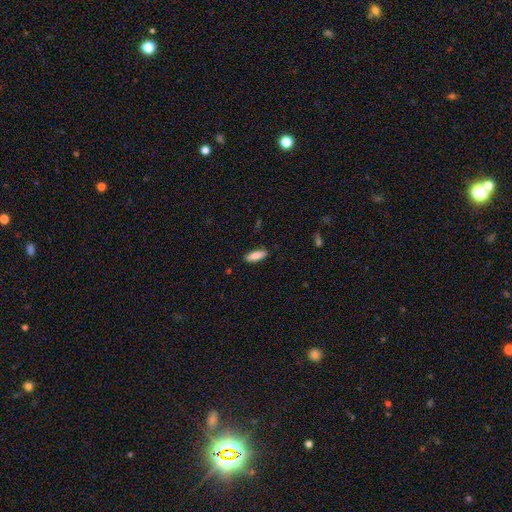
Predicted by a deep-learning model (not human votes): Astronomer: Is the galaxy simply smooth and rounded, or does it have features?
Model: smooth — 85%.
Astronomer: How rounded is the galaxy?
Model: in between — 65%.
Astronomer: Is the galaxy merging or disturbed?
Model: none — 88%.